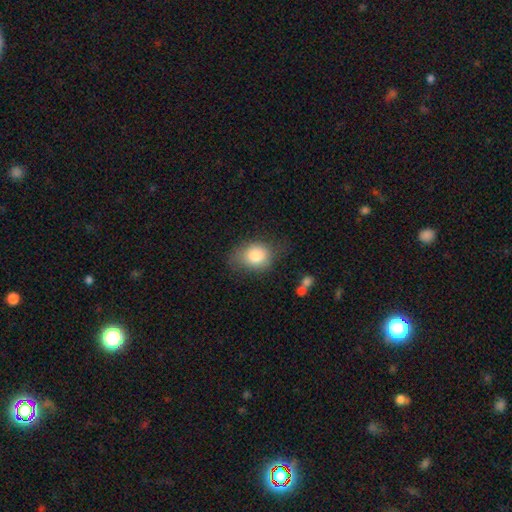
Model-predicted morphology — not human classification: Overall: smooth (81%). How rounded: in between (51%; round 48%). Merging: none (56%; minor disturbance 29%).